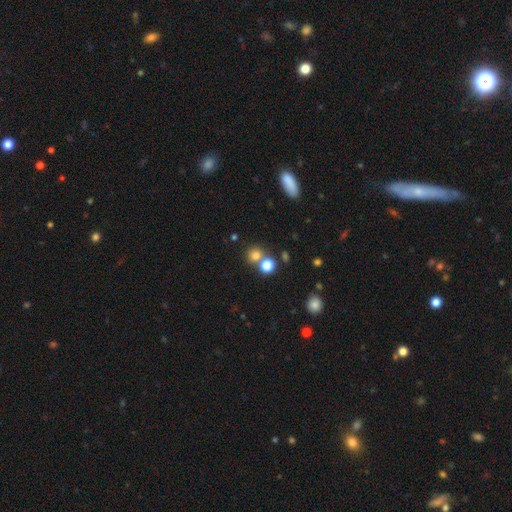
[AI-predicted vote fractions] Smooth or featured? smooth (76%)
How rounded? round (84%)
Merging? none (60%)